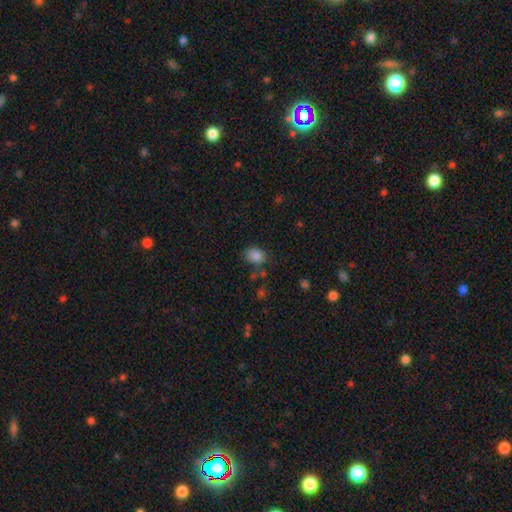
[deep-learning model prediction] Smooth or featured? smooth (85%)
How rounded? in between (61%)
Merging? none (71%)